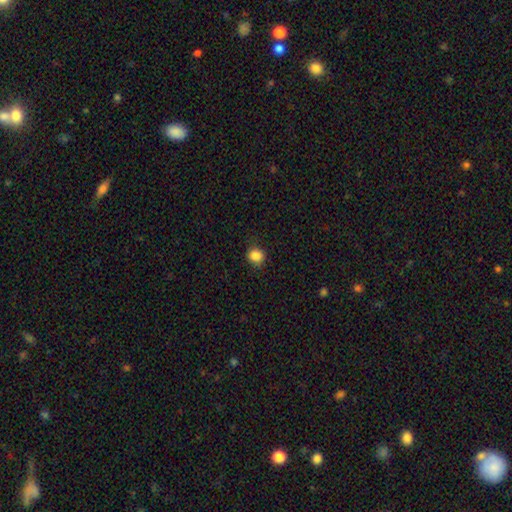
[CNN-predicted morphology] smooth 86%, star or artifact 11%, featured or disk 3%. Down the decision tree: how rounded — round (81%); merging — none (88%).